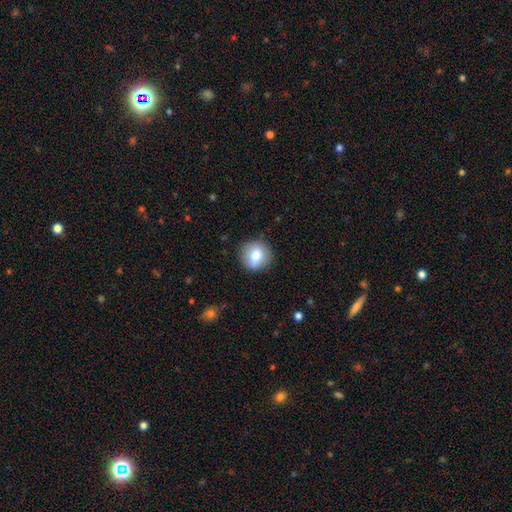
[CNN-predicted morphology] A smooth galaxy with no disk features (78%) that is round (85%). Merging: none (86%).